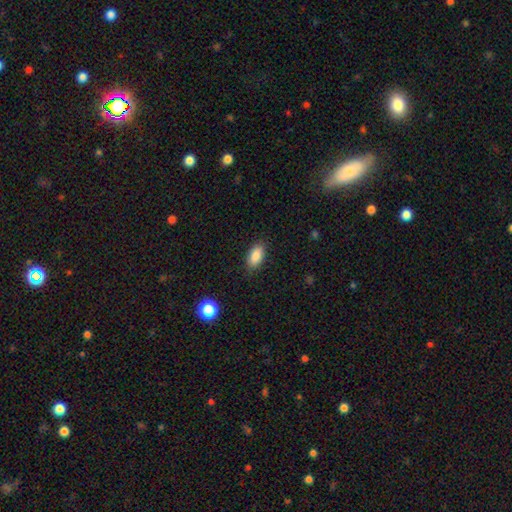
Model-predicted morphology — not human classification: A smooth galaxy with no disk features (88%) that is in between round and cigar-shaped (92%). Merging: none (87%).